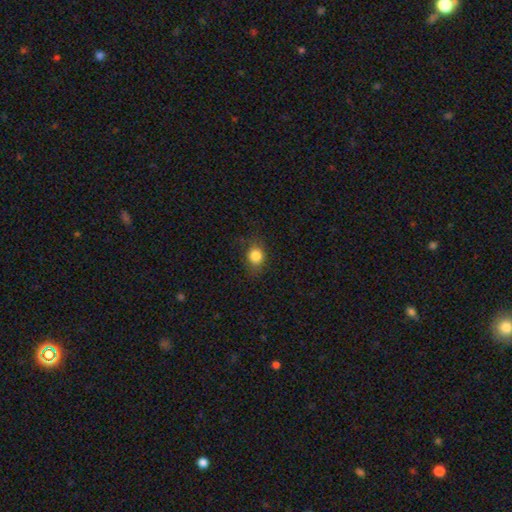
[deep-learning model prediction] Smooth or featured: smooth — 83% (star or artifact — 11%)
How rounded: round — 64% (in between — 35%)
Merging: none — 77% (minor disturbance — 16%)